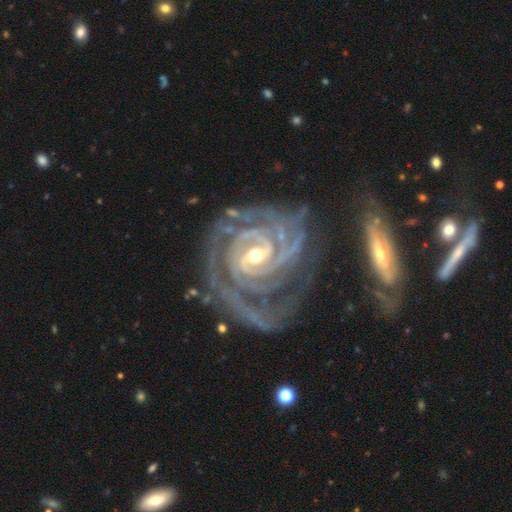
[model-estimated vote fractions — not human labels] smooth_or_featured: featured or disk (p=0.94) [alt: star or artifact p=0.04]
disk_edge_on: no (p=0.97) [alt: yes p=0.03]
bar: weak (p=0.41) [alt: strong p=0.36]
has_spiral_arms: yes (p=0.99) [alt: no p=0.01]
spiral_winding: tight (p=0.81) [alt: medium p=0.16]
spiral_arm_count: 3 (p=0.31) [alt: 2 p=0.24]
bulge_size: small (p=0.51) [alt: moderate p=0.45]
merging: none (p=0.55) [alt: minor disturbance p=0.21]